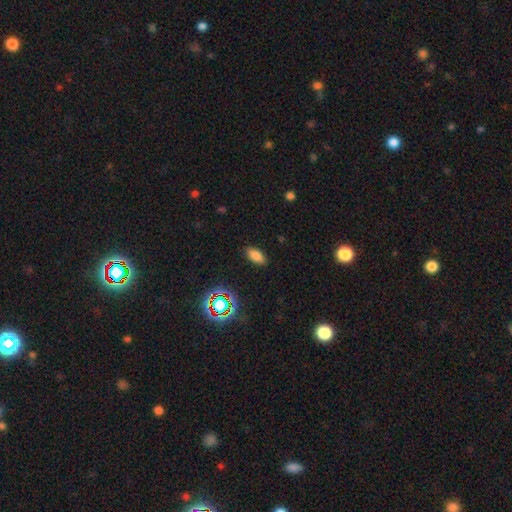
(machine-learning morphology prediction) smooth 79%, star or artifact 15%, featured or disk 7%. Down the decision tree: how rounded — in between (89%); merging — none (87%).